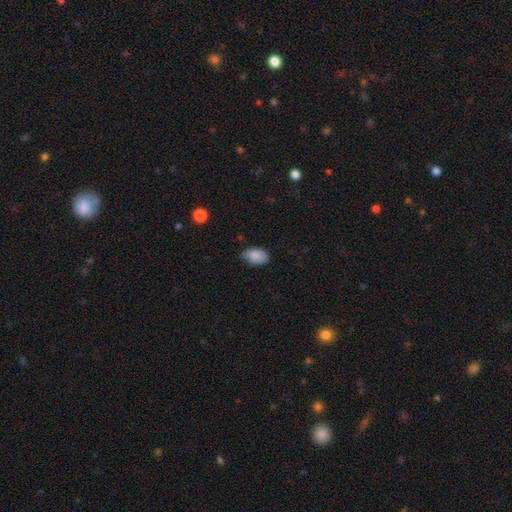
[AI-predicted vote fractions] This is clearly a smooth galaxy (86%). How rounded: clearly in between (92%). Merging: likely none (70%).